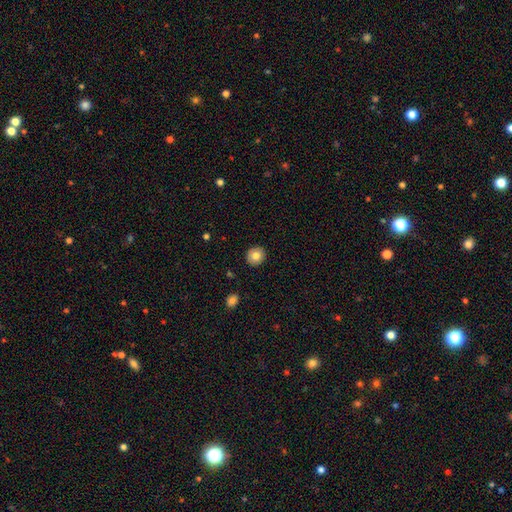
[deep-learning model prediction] Overall: smooth (80%). How rounded: round (90%). Merging: none (92%).